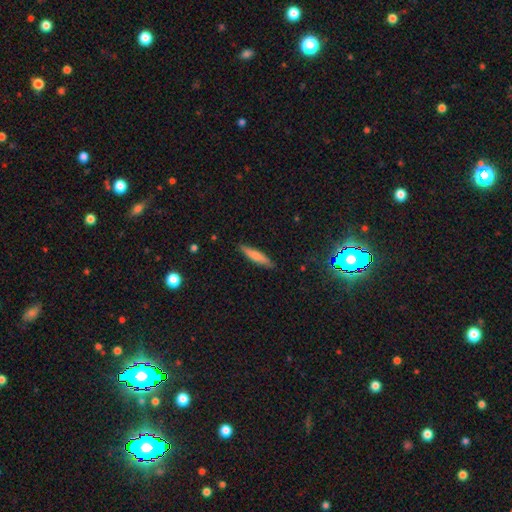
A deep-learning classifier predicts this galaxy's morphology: smooth_or_featured: smooth (p=0.71) [alt: featured or disk p=0.22]
how_rounded: cigar-shaped (p=0.87) [alt: in between p=0.12]
merging: none (p=0.87) [alt: minor disturbance p=0.10]